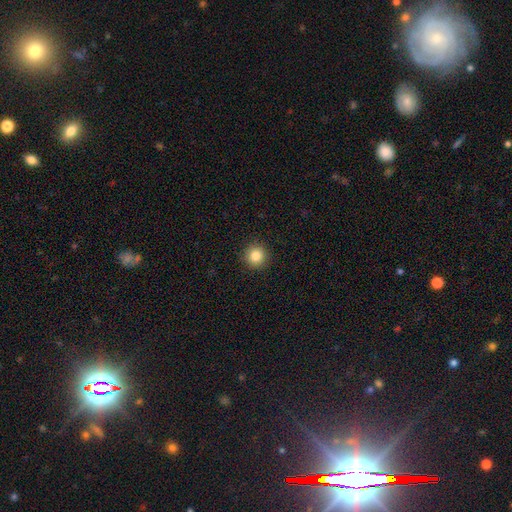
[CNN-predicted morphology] Smooth or featured? smooth (84%)
How rounded? round (95%)
Merging? none (93%)